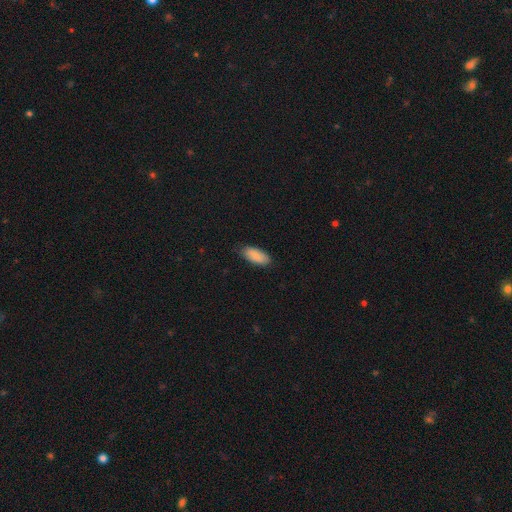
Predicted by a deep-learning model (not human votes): The model was most divided on "merging": none: 83%, minor disturbance: 14%, major disturbance: 2%, merger: 1%. More confident: smooth or featured — smooth (88%); how rounded — in between (88%).